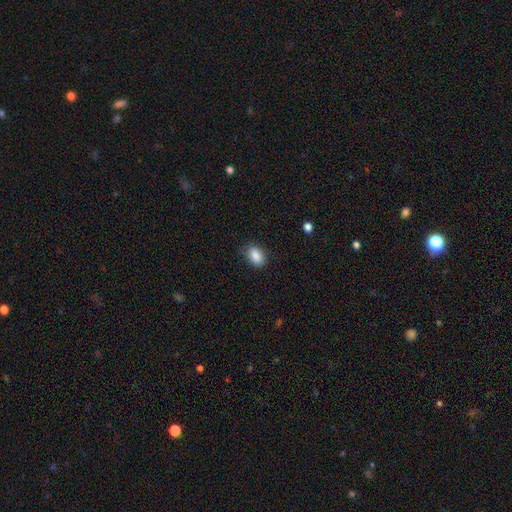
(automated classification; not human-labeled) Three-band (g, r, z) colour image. It shows a smooth galaxy with no disk features (88%) that is in between round and cigar-shaped (87%). Merging: none (82%).